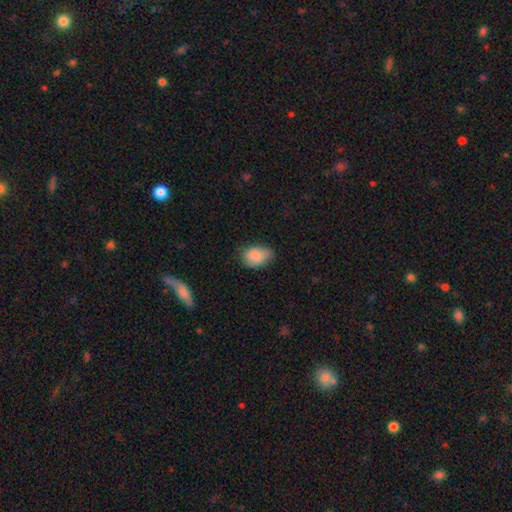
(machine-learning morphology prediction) Smooth or featured? Predicted: smooth (p=0.85). How rounded? Predicted: in between (p=0.79). Merging? Predicted: none (p=0.61).